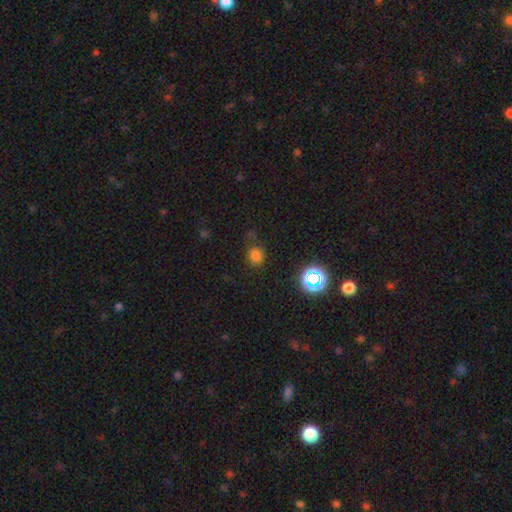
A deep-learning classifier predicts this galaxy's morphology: The model was most divided on "smooth or featured": smooth: 71%, star or artifact: 22%, featured or disk: 7%. More confident: how rounded — round (84%); merging — none (74%).